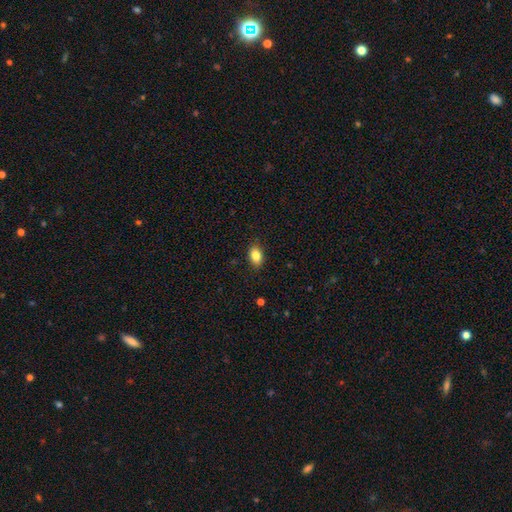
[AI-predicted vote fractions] Q: Smooth or featured?
A: smooth (83%); runner-up: star or artifact (9%)
Q: How rounded?
A: in between (82%); runner-up: round (16%)
Q: Merging?
A: none (86%); runner-up: minor disturbance (11%)